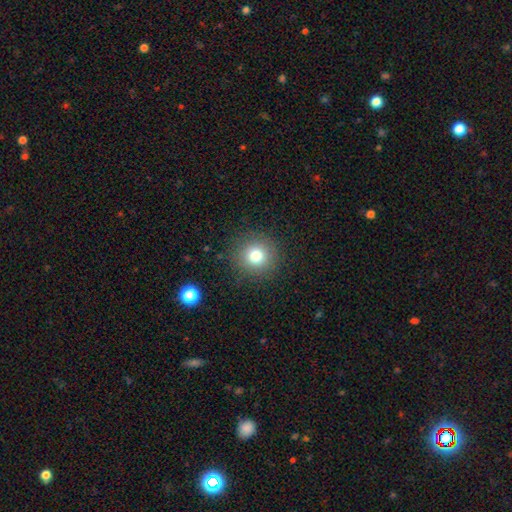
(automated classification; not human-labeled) The model was most divided on "smooth or featured": smooth: 77%, star or artifact: 14%, featured or disk: 9%. More confident: how rounded — round (94%); merging — none (89%).